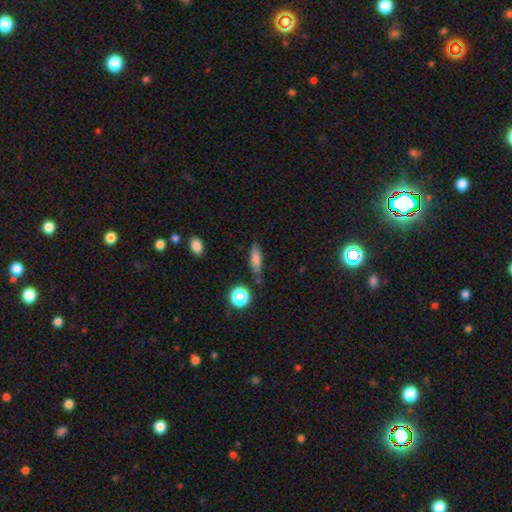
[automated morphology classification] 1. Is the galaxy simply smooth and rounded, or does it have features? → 65% smooth, 20% featured or disk, 15% star or artifact.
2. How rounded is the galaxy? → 50% cigar-shaped, 43% in between, 7% round.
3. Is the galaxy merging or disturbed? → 78% none, 15% minor disturbance, 4% major disturbance, 3% merger.